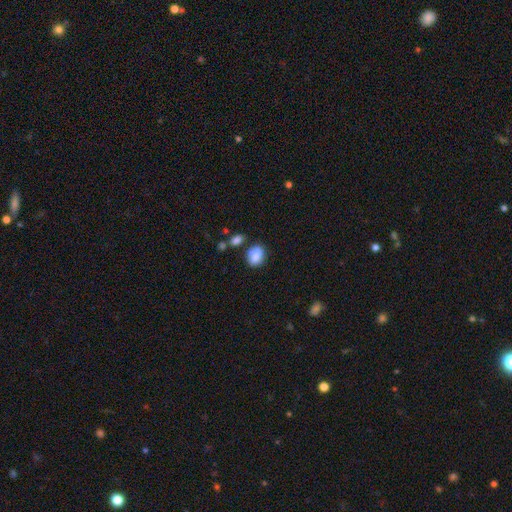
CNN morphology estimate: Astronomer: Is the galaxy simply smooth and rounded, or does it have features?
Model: smooth — 76%.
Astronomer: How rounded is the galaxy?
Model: in between — 62%.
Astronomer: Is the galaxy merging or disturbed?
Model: none — 60%.